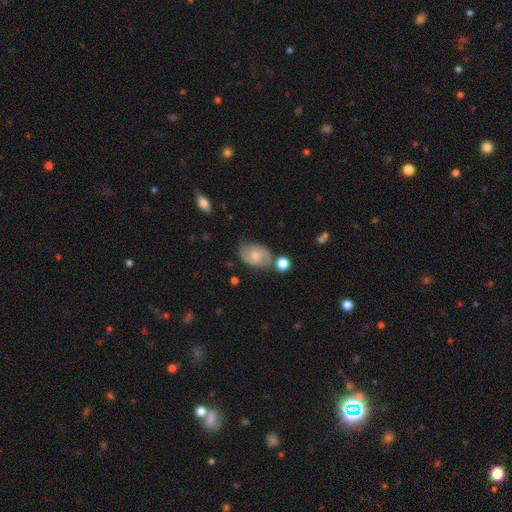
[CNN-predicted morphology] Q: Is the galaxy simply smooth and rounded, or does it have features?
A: featured or disk — 62%.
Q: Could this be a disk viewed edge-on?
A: no — 97%.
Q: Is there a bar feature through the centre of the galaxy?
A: no — 62%.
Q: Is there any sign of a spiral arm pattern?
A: yes — 90%.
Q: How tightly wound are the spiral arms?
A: medium — 49%.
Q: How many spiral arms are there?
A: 2 — 87%.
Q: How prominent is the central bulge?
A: small — 48%.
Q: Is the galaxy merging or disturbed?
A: none — 66%.